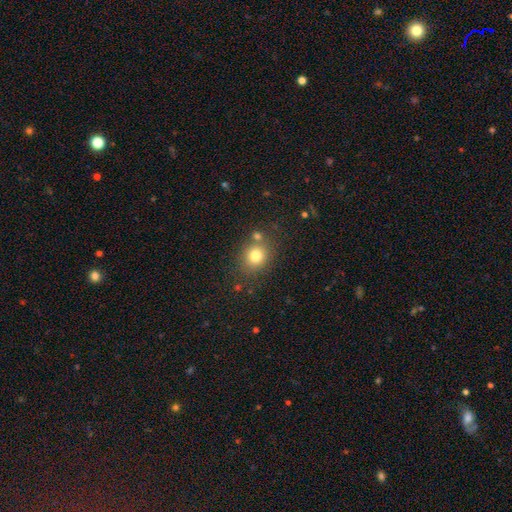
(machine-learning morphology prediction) Smooth or featured? Predicted: smooth (p=0.79). How rounded? Predicted: round (p=0.72). Merging? Predicted: none (p=0.72).